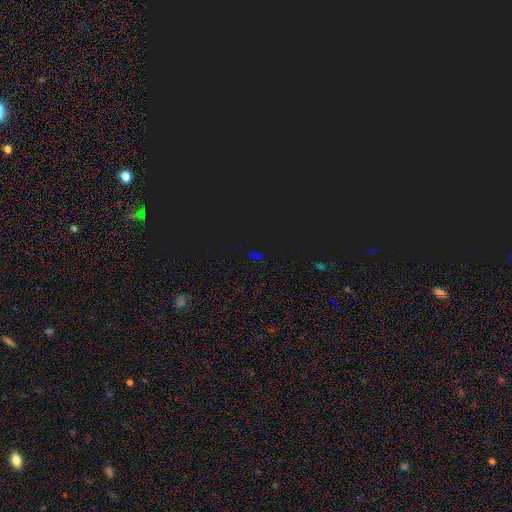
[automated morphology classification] Overall: star or artifact (64%; smooth 29%).